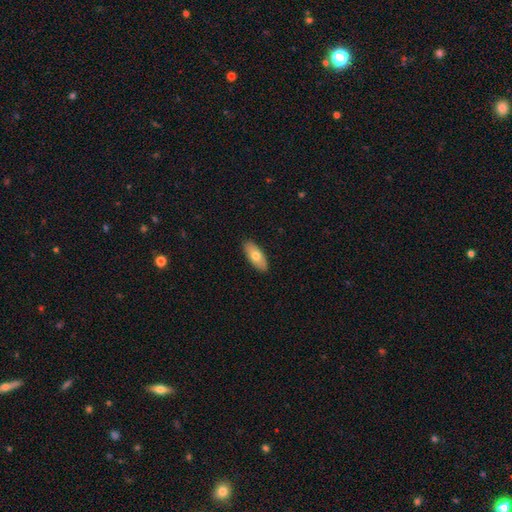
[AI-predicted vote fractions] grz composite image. It shows a smooth galaxy with no disk features (71%) that is in between round and cigar-shaped (84%). Merging: none (90%).